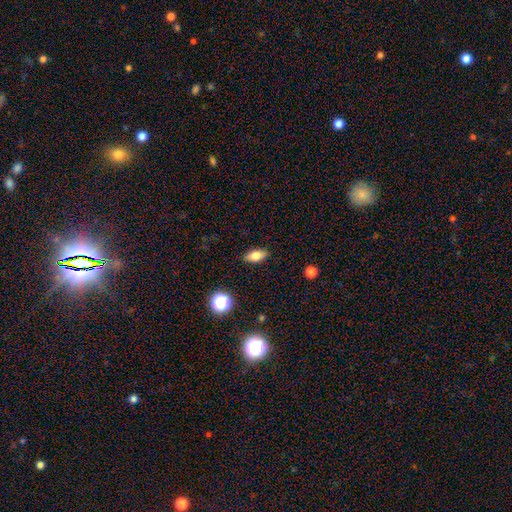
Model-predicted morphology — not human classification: Smooth or featured: smooth — 79% (featured or disk — 11%)
How rounded: in between — 84% (cigar-shaped — 9%)
Merging: none — 88% (minor disturbance — 9%)